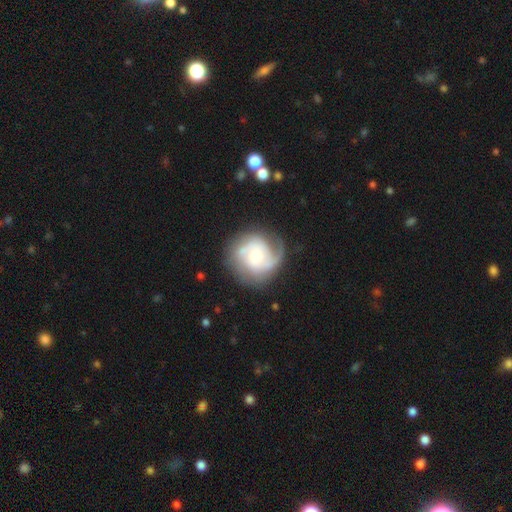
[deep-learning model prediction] Q: Smooth or featured?
A: featured or disk (77%); runner-up: smooth (17%)
Q: Edge-on disk?
A: no (98%); runner-up: yes (2%)
Q: Bar?
A: no (70%); runner-up: weak (25%)
Q: Spiral arms?
A: yes (94%); runner-up: no (6%)
Q: Spiral winding?
A: tight (43%); runner-up: medium (40%)
Q: Spiral arm count?
A: 2 (43%); runner-up: 3 (23%)
Q: Bulge size?
A: moderate (56%); runner-up: small (36%)
Q: Merging?
A: none (73%); runner-up: minor disturbance (17%)